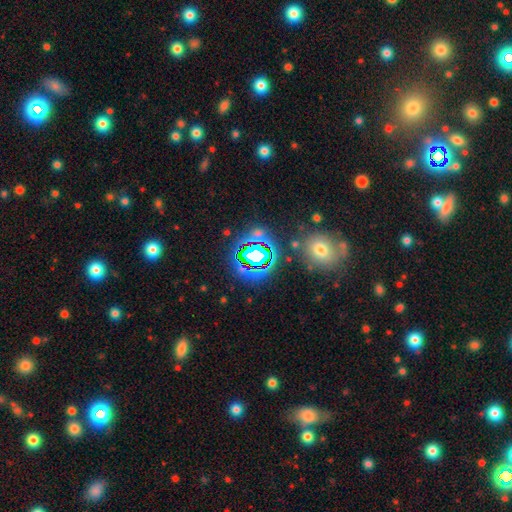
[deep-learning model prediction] This appears to be a star or artifact, not a galaxy (68%).